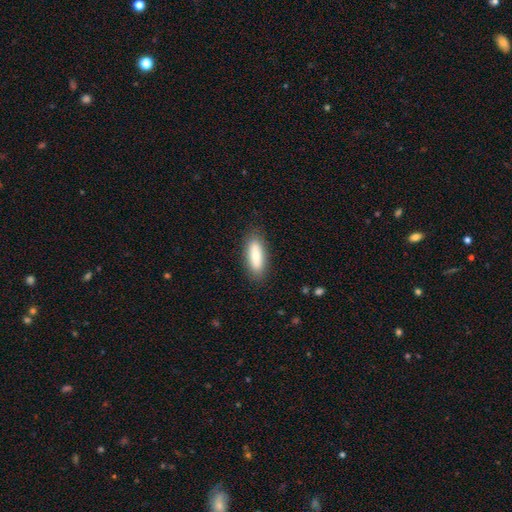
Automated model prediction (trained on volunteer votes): Overall: smooth (79%). How rounded: in between (62%; cigar-shaped 36%). Merging: none (86%).